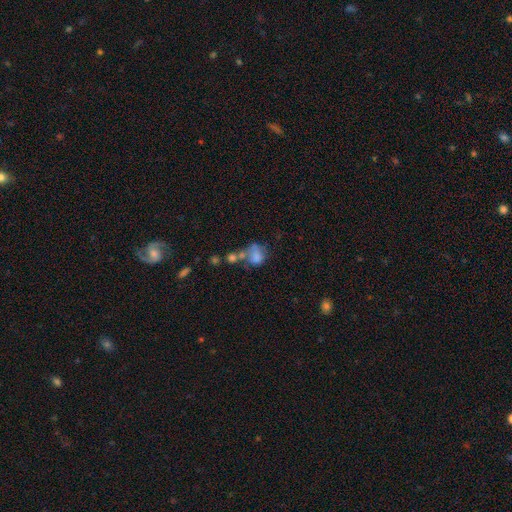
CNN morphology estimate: smooth-or-featured: smooth: 64% | featured or disk: 23% | star or artifact: 13%
  how-rounded: round: 52% | in between: 47% | cigar-shaped: 1%
  merging: merger: 39% | none: 23% | major disturbance: 21% | minor disturbance: 16%